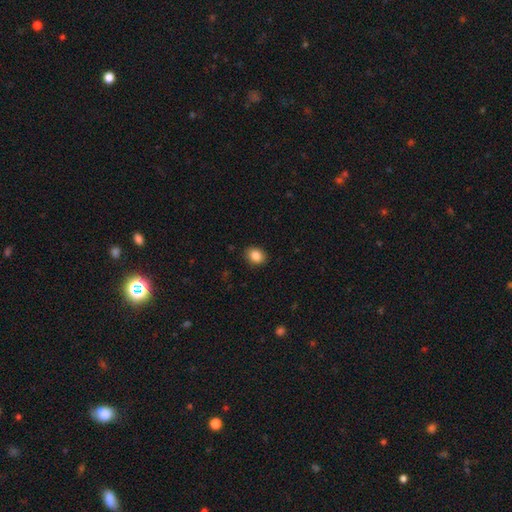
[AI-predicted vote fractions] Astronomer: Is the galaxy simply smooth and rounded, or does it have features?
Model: smooth — 87%.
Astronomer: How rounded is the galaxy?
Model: in between — 59% (runner-up: round, 40%).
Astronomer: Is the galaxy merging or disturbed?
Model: none — 89%.